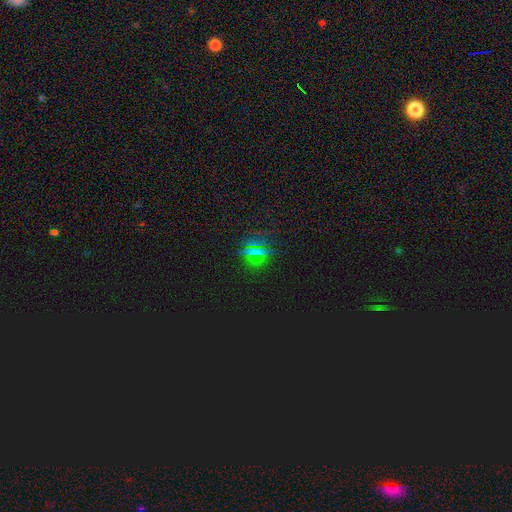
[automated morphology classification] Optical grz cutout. It shows a star or artifact, not a galaxy (56%).